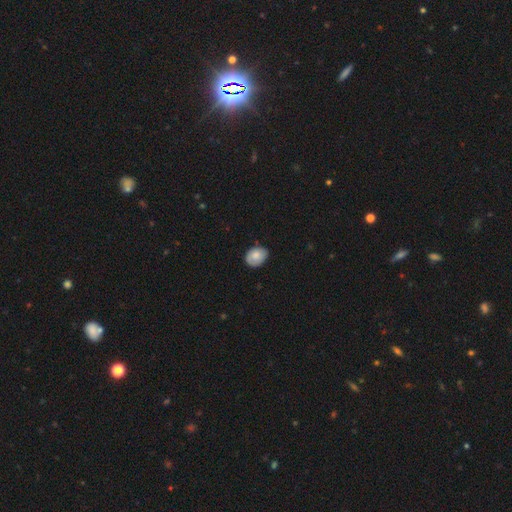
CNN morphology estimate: Smooth or featured?
  - smooth: 78% *
  - featured or disk: 15%
  - star or artifact: 7%
How rounded?
  - in between: 64% *
  - round: 35%
  - cigar-shaped: 1%
Merging?
  - none: 75% *
  - minor disturbance: 20%
  - major disturbance: 3%
  - merger: 1%